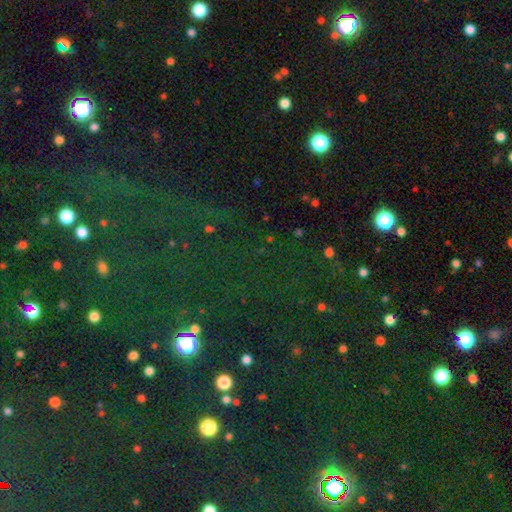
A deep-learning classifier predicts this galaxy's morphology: The model was most divided on "smooth or featured": star or artifact: 80%, smooth: 13%, featured or disk: 7%.